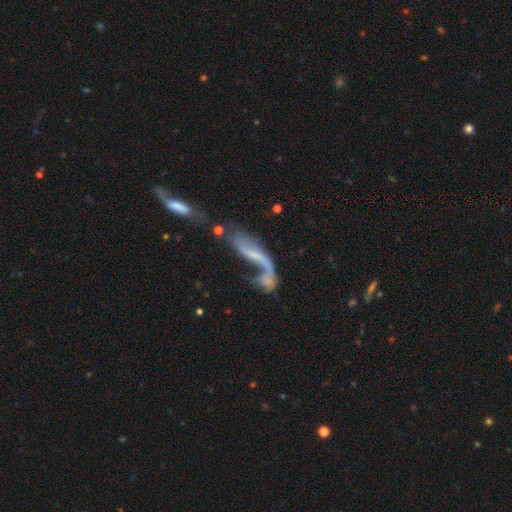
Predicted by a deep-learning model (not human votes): Morphology: type=featured or disk (66%); edge-on=no (82%); bar=no (51%); spiral arms=yes (64%); bulge=none (48%); merging=merger (50%).